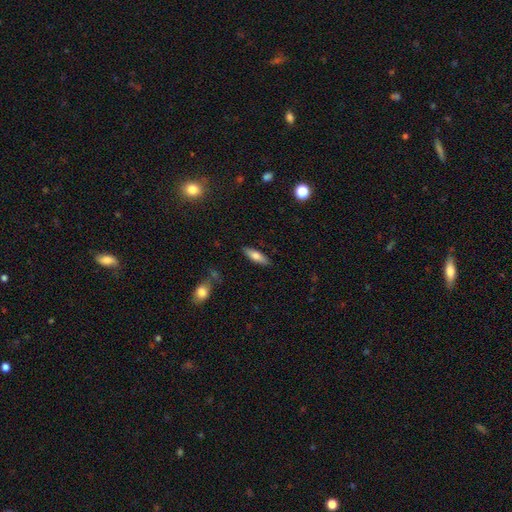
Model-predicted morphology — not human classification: smooth_or_featured: smooth (p=0.70) [alt: featured or disk p=0.23]
how_rounded: cigar-shaped (p=0.51) [alt: in between p=0.47]
merging: none (p=0.85) [alt: minor disturbance p=0.10]